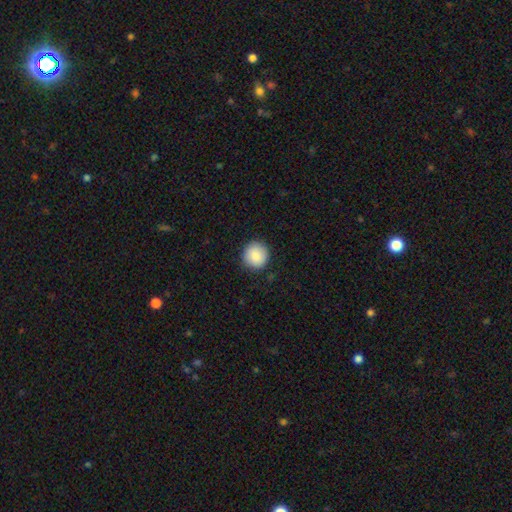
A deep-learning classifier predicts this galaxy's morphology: Smooth or featured?
  - smooth: 88% *
  - star or artifact: 8%
  - featured or disk: 5%
How rounded?
  - round: 94% *
  - in between: 6%
  - cigar-shaped: 1%
Merging?
  - none: 90% *
  - minor disturbance: 8%
  - major disturbance: 2%
  - merger: 1%